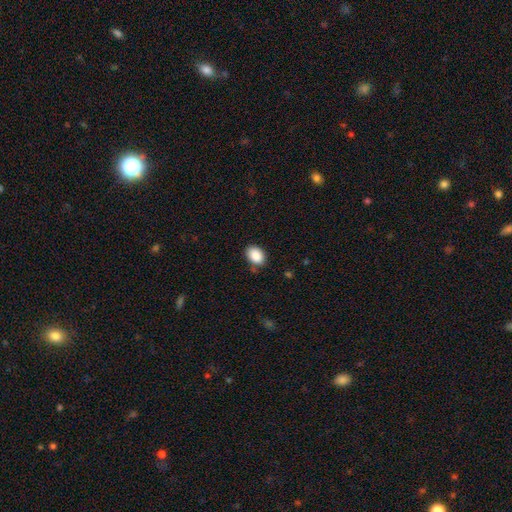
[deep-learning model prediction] Smooth or featured: smooth — 89% (star or artifact — 8%)
How rounded: in between — 77% (round — 22%)
Merging: none — 82% (minor disturbance — 14%)